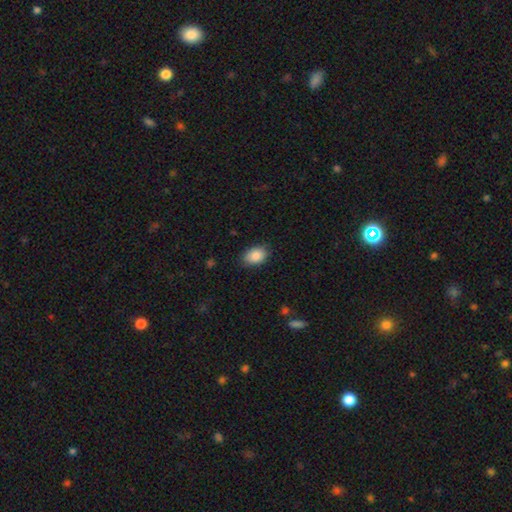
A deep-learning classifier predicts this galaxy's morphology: Overall: smooth (88%). How rounded: in between (85%). Merging: none (82%).